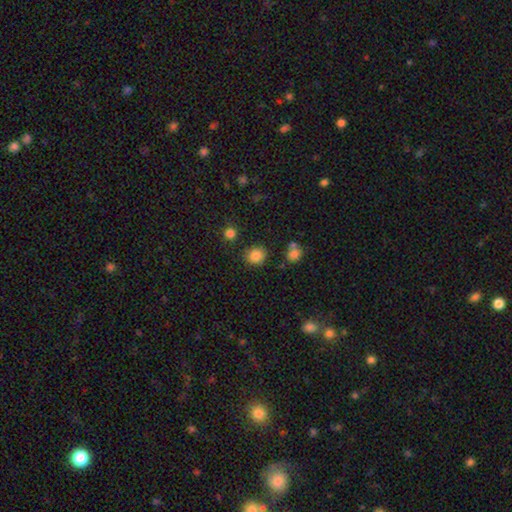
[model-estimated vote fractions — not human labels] This is clearly a smooth galaxy (84%). How rounded: clearly round (83%). Merging: clearly none (84%).